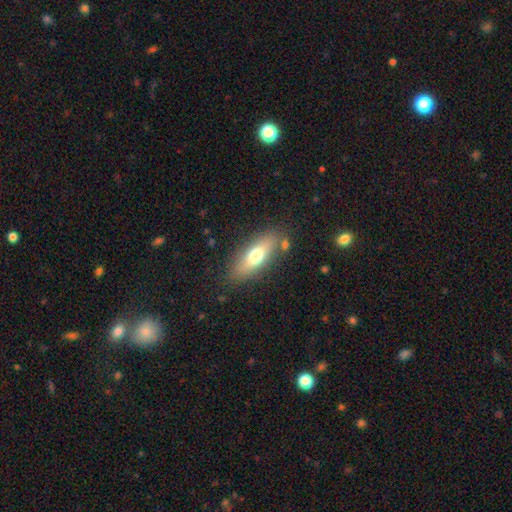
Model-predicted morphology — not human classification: type=smooth (65%); roundness=in between (59%); merging=none (80%).